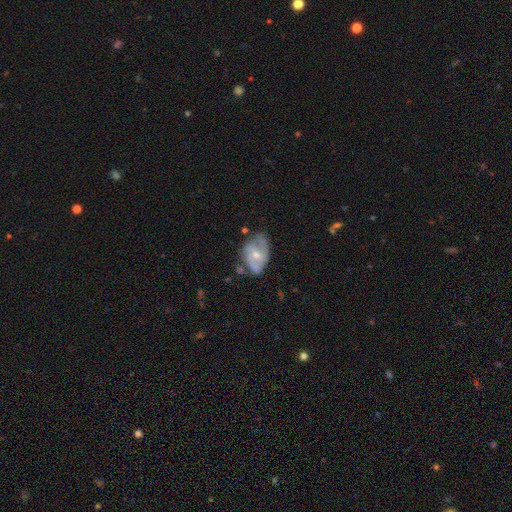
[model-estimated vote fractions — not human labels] Smooth or featured?
  - featured or disk: 65% *
  - smooth: 29%
  - star or artifact: 6%
Edge-on disk?
  - no: 96% *
  - yes: 4%
Bar?
  - no: 48% *
  - weak: 39%
  - strong: 13%
Spiral arms?
  - yes: 69% *
  - no: 31%
Bulge size?
  - moderate: 53% *
  - small: 42%
  - none: 2%
  - large: 2%
  - dominant: 1%
Merging?
  - none: 43% *
  - minor disturbance: 34%
  - major disturbance: 17%
  - merger: 6%